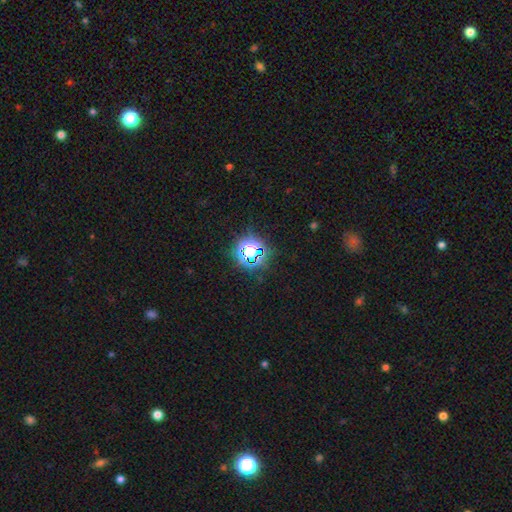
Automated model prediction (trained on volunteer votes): Smooth or featured? star or artifact (71%)